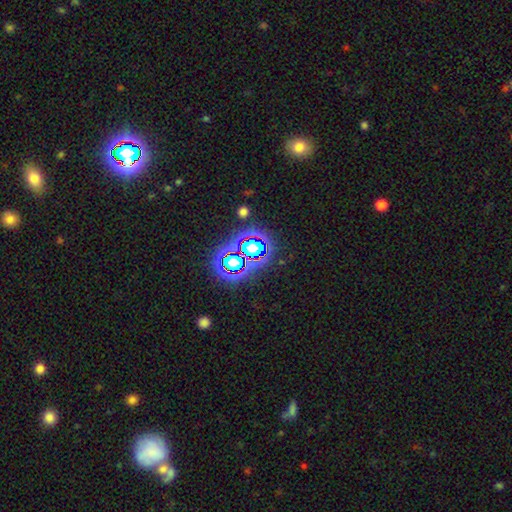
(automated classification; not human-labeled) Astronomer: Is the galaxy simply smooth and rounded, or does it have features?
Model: star or artifact — 70%.